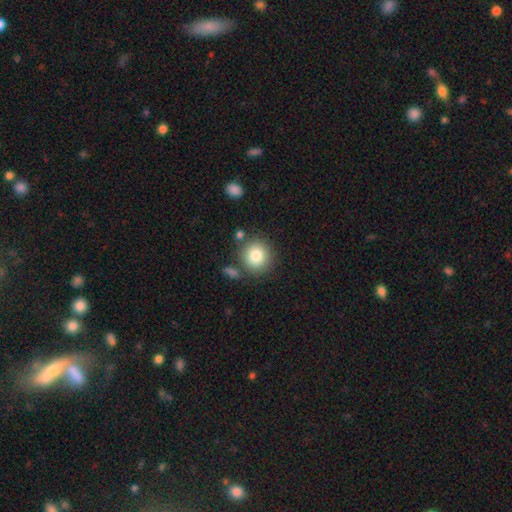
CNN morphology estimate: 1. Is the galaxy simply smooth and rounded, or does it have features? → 82% smooth, 9% star or artifact, 8% featured or disk.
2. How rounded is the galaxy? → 89% round, 10% in between, 1% cigar-shaped.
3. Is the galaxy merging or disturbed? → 79% none, 10% minor disturbance, 8% merger, 3% major disturbance.